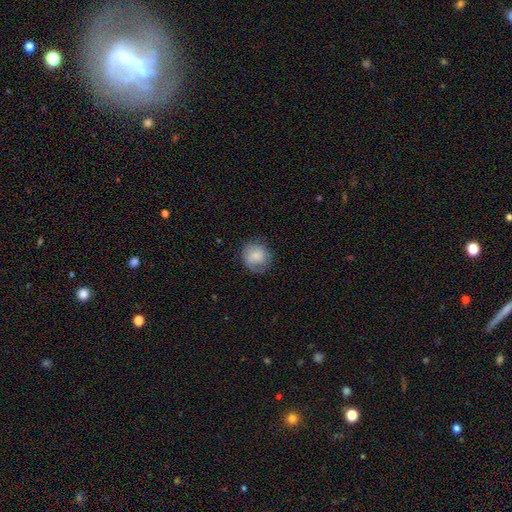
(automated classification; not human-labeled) This appears to be a smooth galaxy with no disk features (69%) that is round (80%). Merging: none (66%).